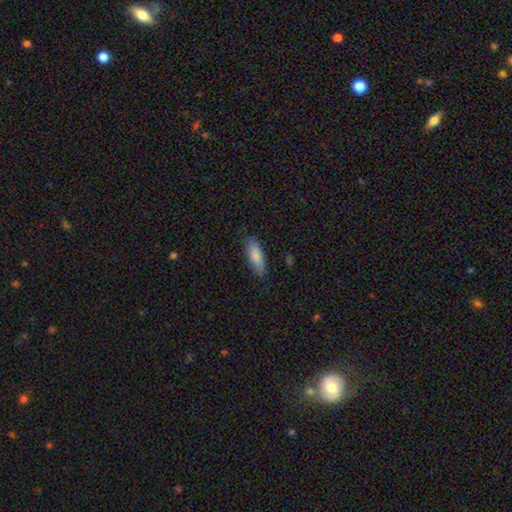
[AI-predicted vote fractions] A smooth galaxy with no disk features (84%) that is in between round and cigar-shaped (67%).

Vote fractions:
- Smooth or featured? smooth: 84% / featured or disk: 10% / star or artifact: 6%
- How rounded? in between: 67% / cigar-shaped: 31% / round: 2%
- Merging? none: 80% / minor disturbance: 16% / major disturbance: 3% / merger: 1%